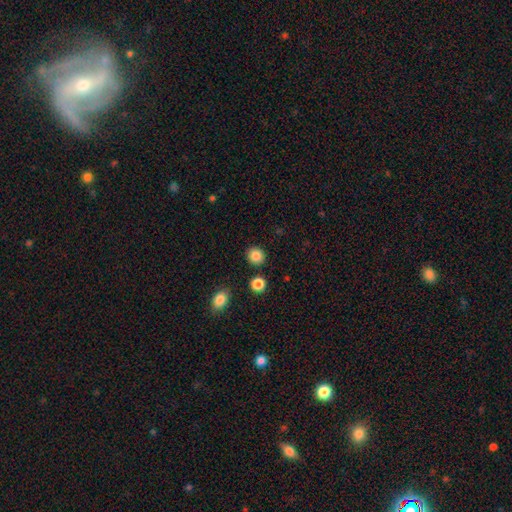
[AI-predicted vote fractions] Q: Smooth or featured?
A: smooth (86%); runner-up: star or artifact (10%)
Q: How rounded?
A: round (86%); runner-up: in between (13%)
Q: Merging?
A: none (88%); runner-up: minor disturbance (6%)